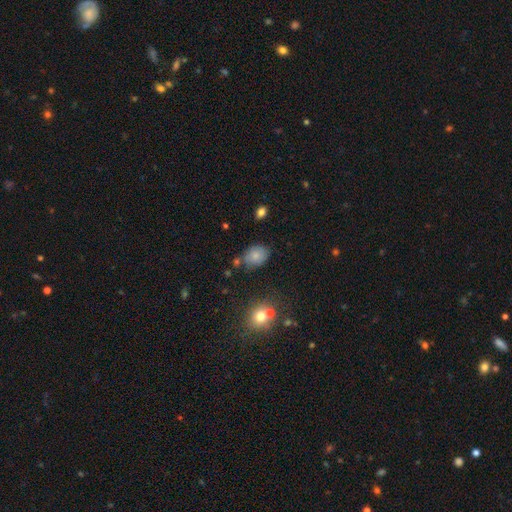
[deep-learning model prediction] The model was most divided on "how rounded": in between: 69%, round: 30%, cigar-shaped: 1%. More confident: smooth or featured — smooth (78%); merging — none (70%).